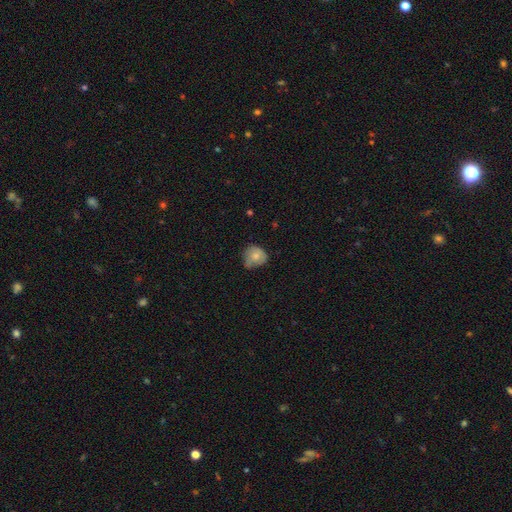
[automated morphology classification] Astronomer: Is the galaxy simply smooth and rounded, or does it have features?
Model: smooth — 73%.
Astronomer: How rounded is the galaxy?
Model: round — 75%.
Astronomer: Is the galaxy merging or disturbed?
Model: none — 48% (runner-up: minor disturbance, 40%).